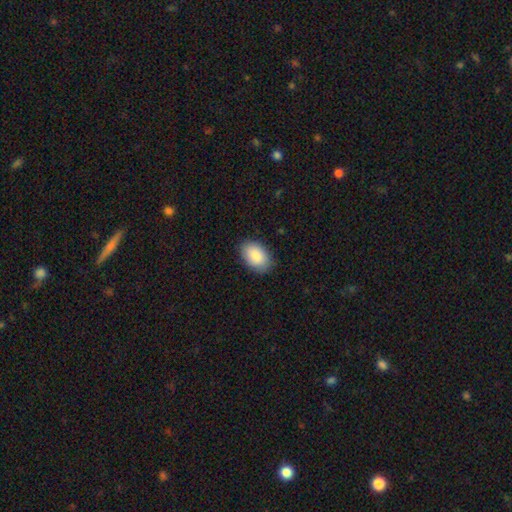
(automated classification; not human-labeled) This is clearly a smooth galaxy (88%). How rounded: clearly in between (92%). Merging: clearly none (87%).